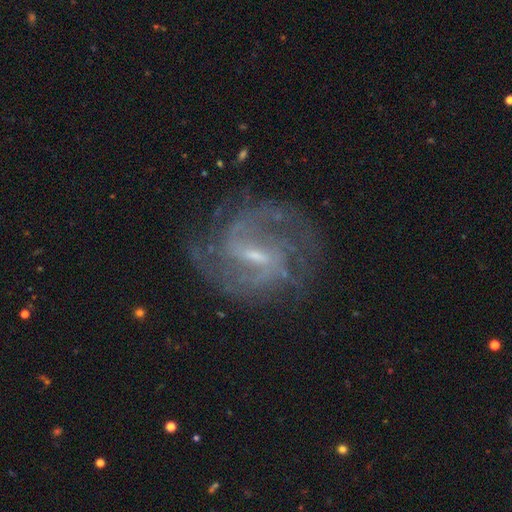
Overall: featured or disk (89%). Edge-on disk: no (100%). Bar: weak (56%; strong 35%). Spiral arms: yes (100%). Spiral arm count: 2 (41%; 4 38%). Spiral winding: medium (65%; tight 26%). Bulge size: small (71%). Merging: none (92%).